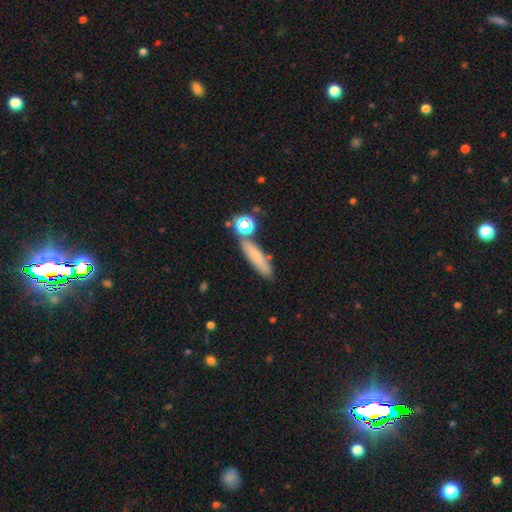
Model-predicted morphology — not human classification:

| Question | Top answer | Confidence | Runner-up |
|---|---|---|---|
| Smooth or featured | smooth | 70% | featured or disk (17%) |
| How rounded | cigar-shaped | 75% | in between (21%) |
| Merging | none | 72% | minor disturbance (14%) |